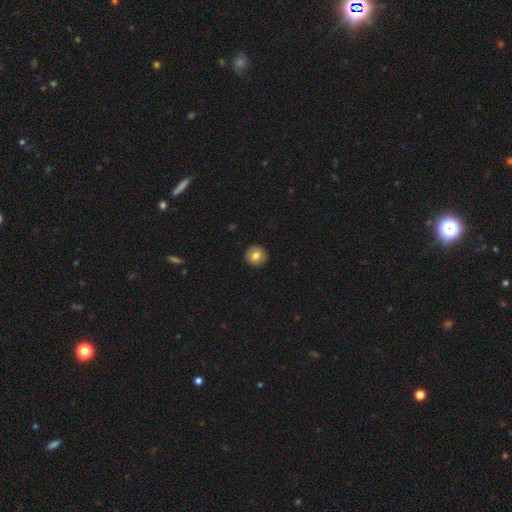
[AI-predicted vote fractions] Smooth or featured: smooth — 81% (featured or disk — 11%)
How rounded: round — 94% (in between — 5%)
Merging: none — 92% (minor disturbance — 6%)